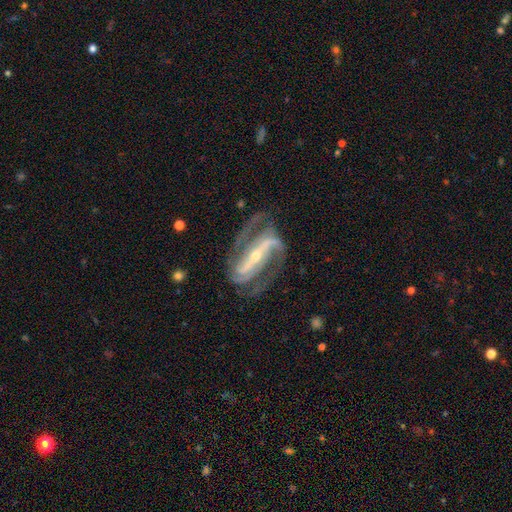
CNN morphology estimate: Q: Smooth or featured?
A: featured or disk (92%); runner-up: star or artifact (4%)
Q: Edge-on disk?
A: no (94%); runner-up: yes (6%)
Q: Bar?
A: strong (77%); runner-up: weak (15%)
Q: Spiral arms?
A: yes (98%); runner-up: no (2%)
Q: Spiral winding?
A: medium (51%); runner-up: tight (29%)
Q: Spiral arm count?
A: 2 (79%); runner-up: 3 (10%)
Q: Bulge size?
A: small (69%); runner-up: moderate (27%)
Q: Merging?
A: none (71%); runner-up: minor disturbance (16%)